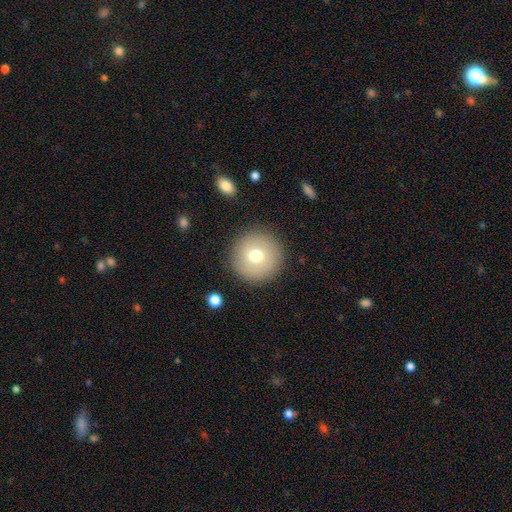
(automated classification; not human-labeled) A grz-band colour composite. It shows a smooth galaxy with no disk features (72%) that is round (96%). Merging: none (90%).